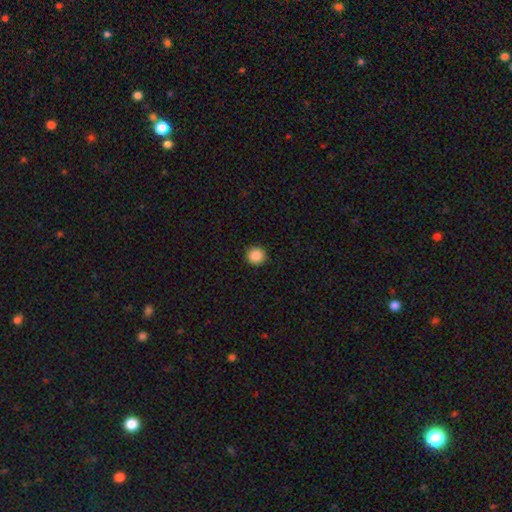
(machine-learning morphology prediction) Smooth or featured? Predicted: smooth (p=0.88). How rounded? Predicted: round (p=0.94). Merging? Predicted: none (p=0.92).